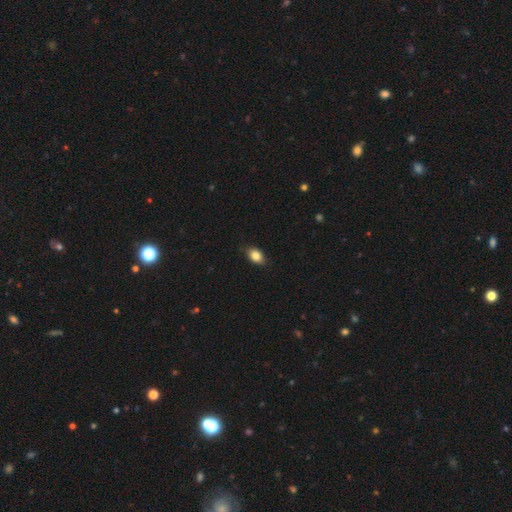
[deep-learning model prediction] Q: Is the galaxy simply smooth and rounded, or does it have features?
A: smooth — 85%.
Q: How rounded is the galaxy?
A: in between — 83%.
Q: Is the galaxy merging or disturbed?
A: none — 84%.